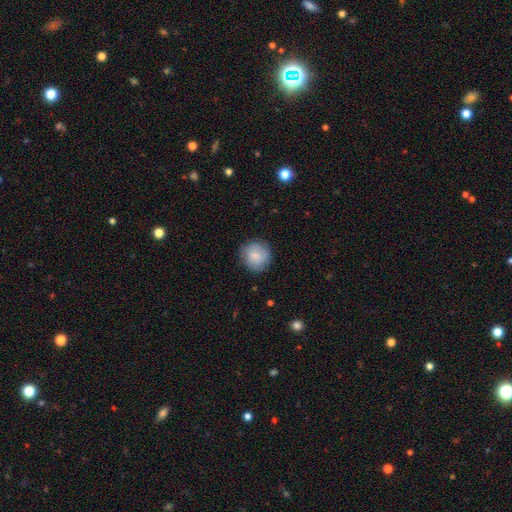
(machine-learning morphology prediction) Overall: smooth (74%). How rounded: round (90%). Merging: none (82%).